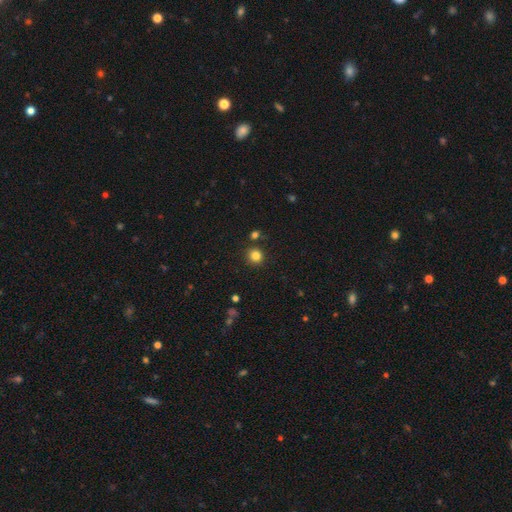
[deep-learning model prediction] A smooth galaxy with no disk features (82%) that is round (89%). Merging: none (86%).